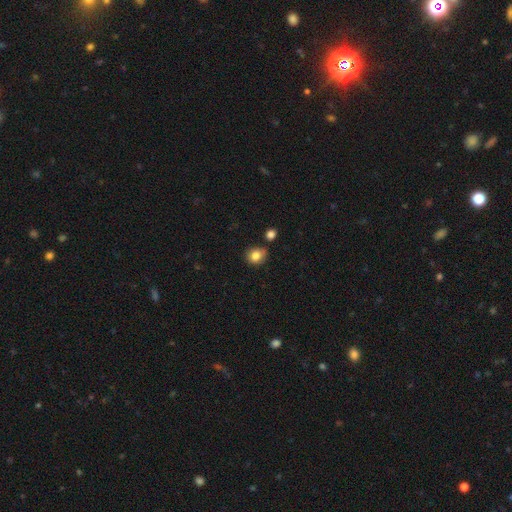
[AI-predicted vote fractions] smooth-or-featured: smooth: 83% | star or artifact: 10% | featured or disk: 8%
  how-rounded: round: 73% | in between: 26% | cigar-shaped: 1%
  merging: none: 71% | minor disturbance: 17% | merger: 8% | major disturbance: 4%